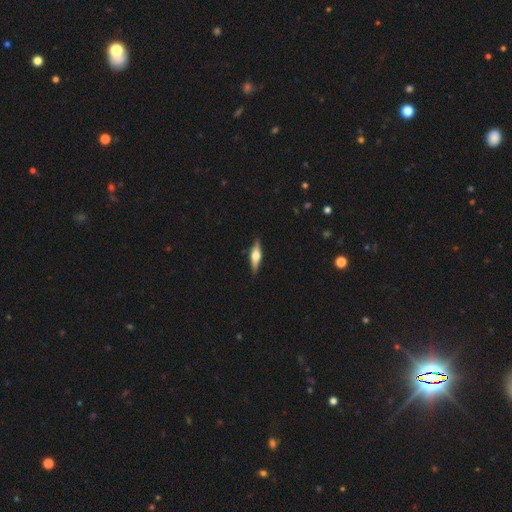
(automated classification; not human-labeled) Q: Smooth or featured?
A: featured or disk (58%); runner-up: smooth (36%)
Q: Edge-on disk?
A: yes (95%); runner-up: no (5%)
Q: Edge-on bulge?
A: rounded (91%); runner-up: boxy (7%)
Q: Merging?
A: none (88%); runner-up: minor disturbance (9%)